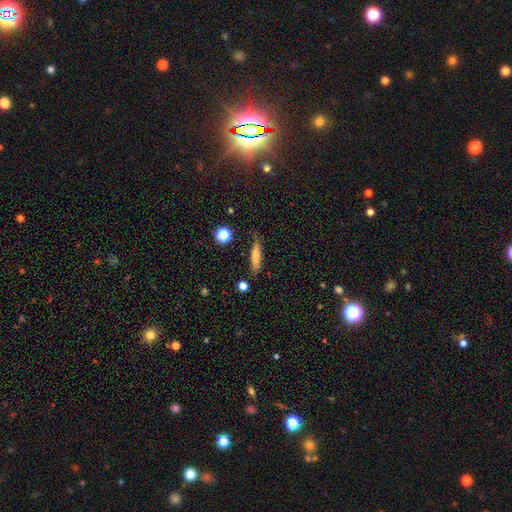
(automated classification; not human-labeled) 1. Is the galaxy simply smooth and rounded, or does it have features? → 66% smooth, 26% featured or disk, 8% star or artifact.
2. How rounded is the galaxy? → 79% cigar-shaped, 18% in between, 3% round.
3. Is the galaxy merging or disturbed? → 73% none, 19% minor disturbance, 5% major disturbance, 3% merger.